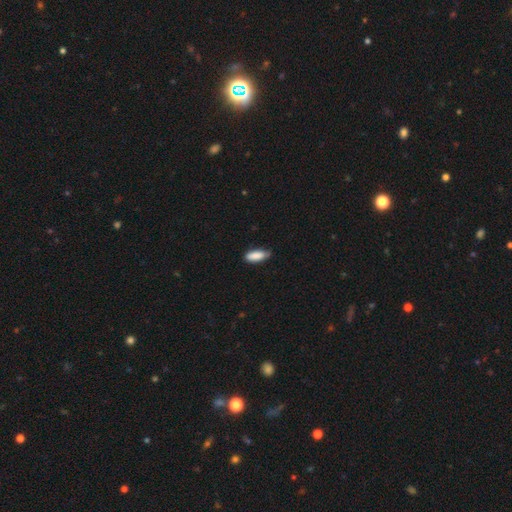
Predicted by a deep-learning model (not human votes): Smooth or featured?
  - smooth: 87% *
  - featured or disk: 7%
  - star or artifact: 6%
How rounded?
  - in between: 78% *
  - cigar-shaped: 21%
  - round: 2%
Merging?
  - none: 70% *
  - minor disturbance: 25%
  - major disturbance: 3%
  - merger: 1%